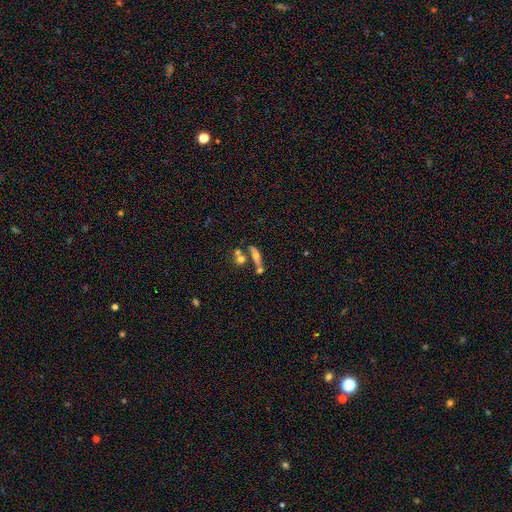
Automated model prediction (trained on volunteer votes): This appears to be a featured or disk galaxy (45%). Merging: none (47%).